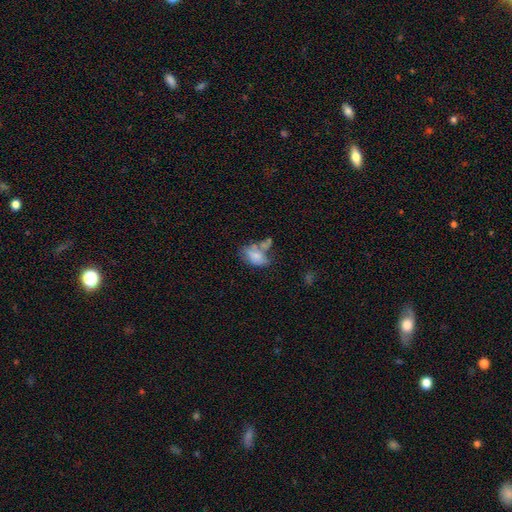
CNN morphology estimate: The model was most divided on "merging" (2-way tie): merger: 30%, none: 30%, minor disturbance: 22%, major disturbance: 18%. More confident: how rounded — in between (86%); smooth or featured — smooth (67%).